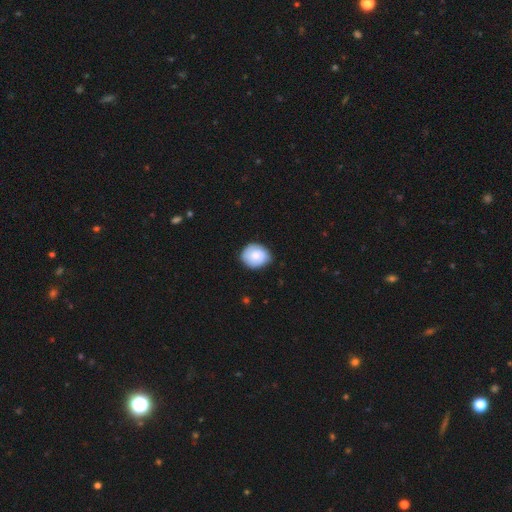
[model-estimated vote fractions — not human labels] This appears to be a smooth galaxy with no disk features (70%) that is round (74%). Merging: none (77%).